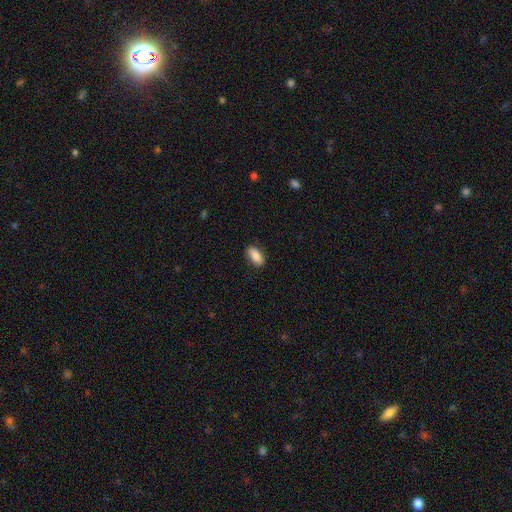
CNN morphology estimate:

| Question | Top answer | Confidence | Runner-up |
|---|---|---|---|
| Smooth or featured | smooth | 85% | featured or disk (8%) |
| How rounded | in between | 89% | cigar-shaped (7%) |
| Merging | none | 86% | minor disturbance (10%) |